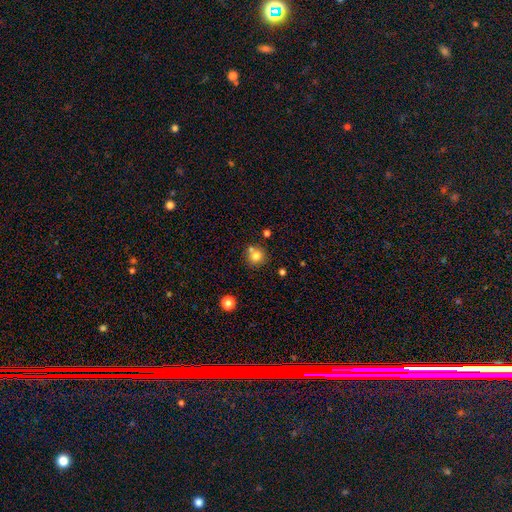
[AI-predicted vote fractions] Smooth or featured?
  - smooth: 78% *
  - star or artifact: 13%
  - featured or disk: 9%
How rounded?
  - round: 90% *
  - in between: 9%
  - cigar-shaped: 1%
Merging?
  - none: 66% *
  - merger: 22%
  - minor disturbance: 9%
  - major disturbance: 3%